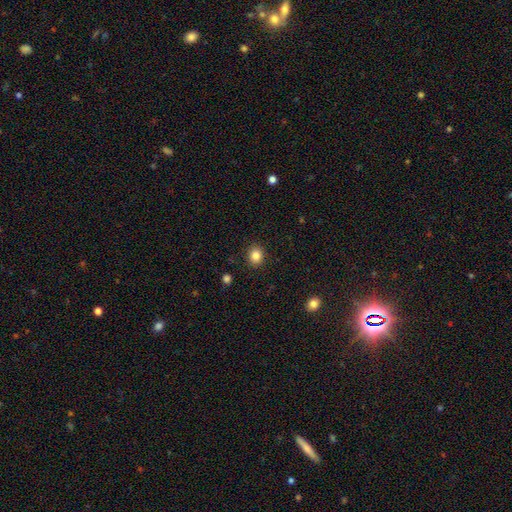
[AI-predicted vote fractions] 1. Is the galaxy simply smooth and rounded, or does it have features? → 85% smooth, 11% star or artifact, 5% featured or disk.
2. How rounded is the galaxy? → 72% round, 27% in between, 1% cigar-shaped.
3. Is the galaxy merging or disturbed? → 90% none, 7% minor disturbance, 2% major disturbance, 1% merger.